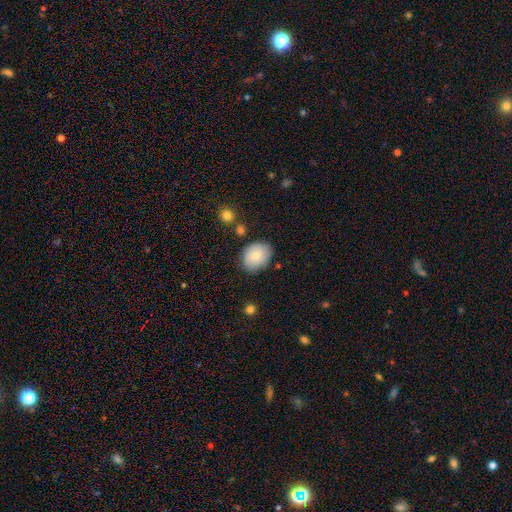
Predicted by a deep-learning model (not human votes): Smooth or featured? Predicted: smooth (p=0.78). How rounded? Predicted: in between (p=0.61). Merging? Predicted: none (p=0.78).